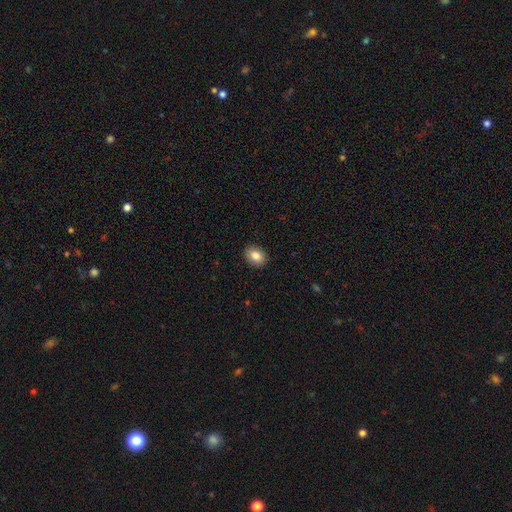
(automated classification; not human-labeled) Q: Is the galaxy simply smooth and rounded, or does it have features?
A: smooth — 83%.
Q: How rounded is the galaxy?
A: in between — 67%.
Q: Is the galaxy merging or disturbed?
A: none — 90%.